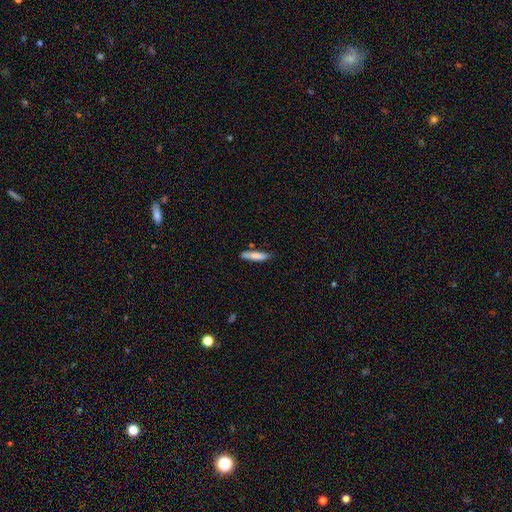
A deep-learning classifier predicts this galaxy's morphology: Overall: smooth (79%). How rounded: cigar-shaped (81%). Merging: none (79%).